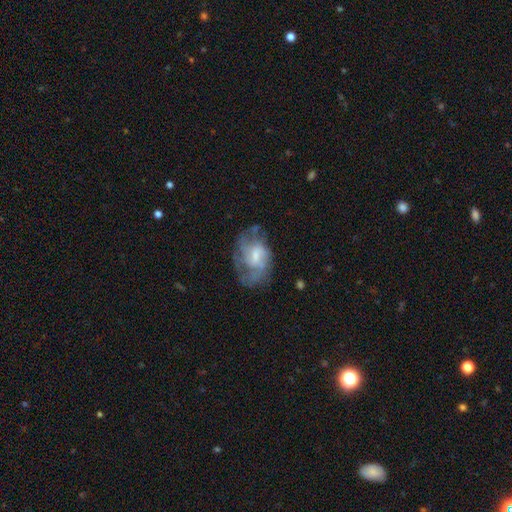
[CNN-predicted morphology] This is likely a featured or disk galaxy (64%). It is clearly not viewed edge-on (97%). Bar: possibly weak (48%). Spiral arm pattern: likely yes (69%). Central bulge: marginally moderate (40%). Merging: possibly none (48%).